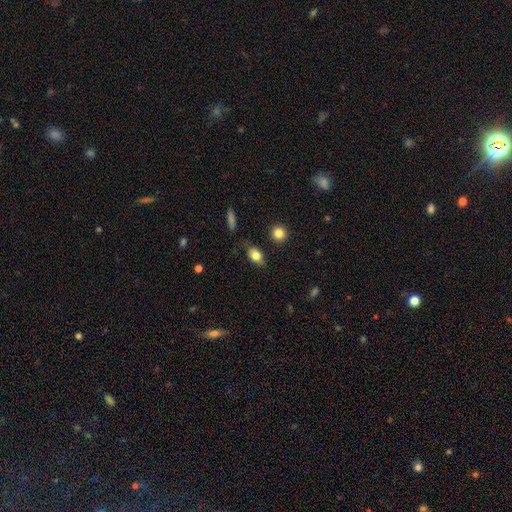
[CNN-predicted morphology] smooth 78%, featured or disk 13%, star or artifact 9%. Down the decision tree: how rounded — in between (80%); merging — none (76%).